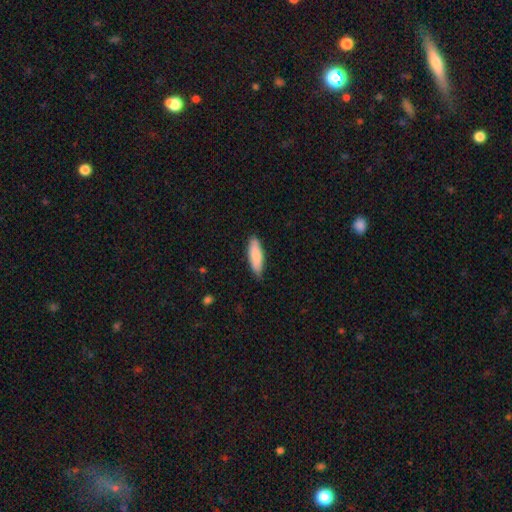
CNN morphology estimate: A smooth galaxy with no disk features (85%) that is in between round and cigar-shaped (55%). Merging: none (81%).